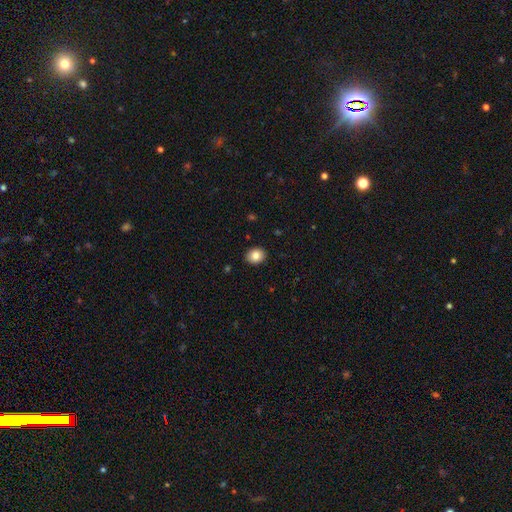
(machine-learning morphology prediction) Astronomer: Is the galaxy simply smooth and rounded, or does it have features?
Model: smooth — 85%.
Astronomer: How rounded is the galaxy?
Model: round — 51% (runner-up: in between, 48%).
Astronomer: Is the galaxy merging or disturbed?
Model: none — 90%.